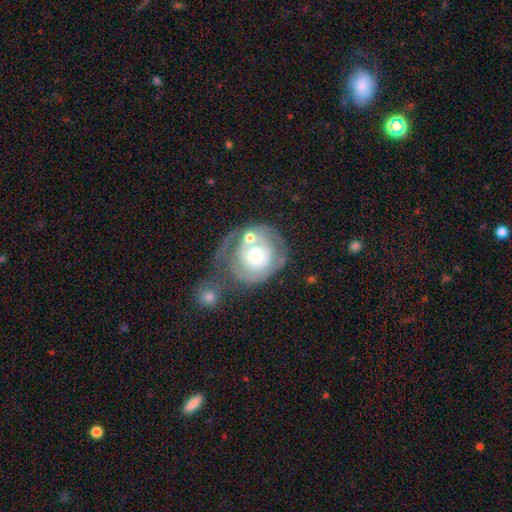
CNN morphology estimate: The model was most divided on "merging": none: 33%, merger: 31%, major disturbance: 19%, minor disturbance: 17%. More confident: edge-on disk — no (96%); bar — no (83%); bulge size — moderate (66%); smooth or featured — featured or disk (65%); spiral arms — yes (57%).